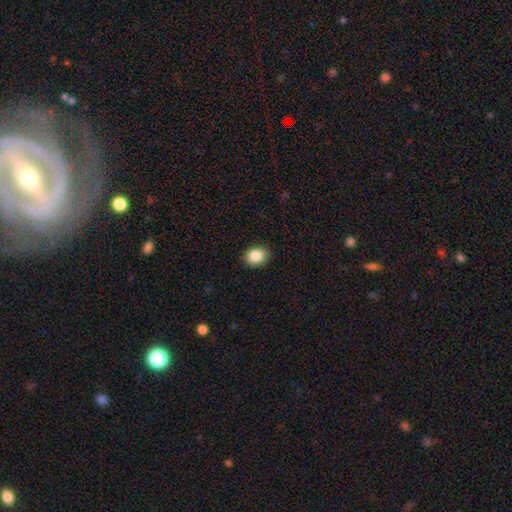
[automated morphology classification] type=smooth (86%); roundness=in between (52%); merging=none (90%).